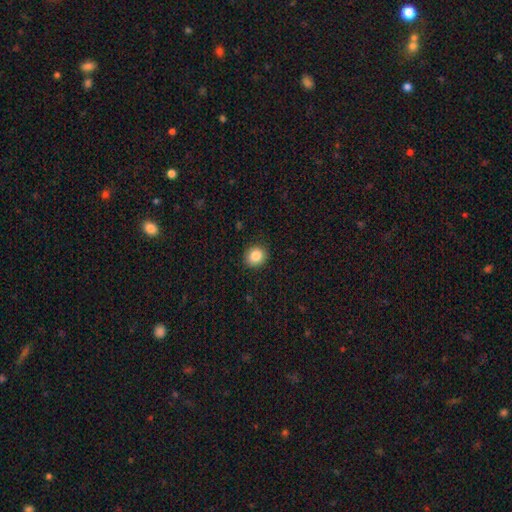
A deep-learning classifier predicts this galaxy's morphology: Q: Smooth or featured?
A: smooth (86%); runner-up: star or artifact (9%)
Q: How rounded?
A: round (77%); runner-up: in between (22%)
Q: Merging?
A: none (91%); runner-up: minor disturbance (7%)